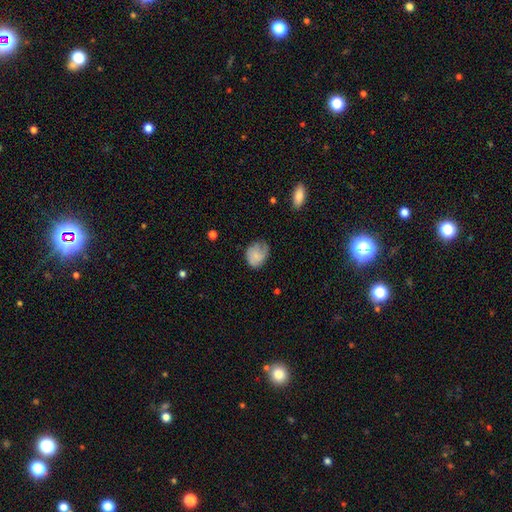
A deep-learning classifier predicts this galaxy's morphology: Smooth or featured? Predicted: smooth (p=0.73). How rounded? Predicted: round (p=0.53). Merging? Predicted: none (p=0.52).